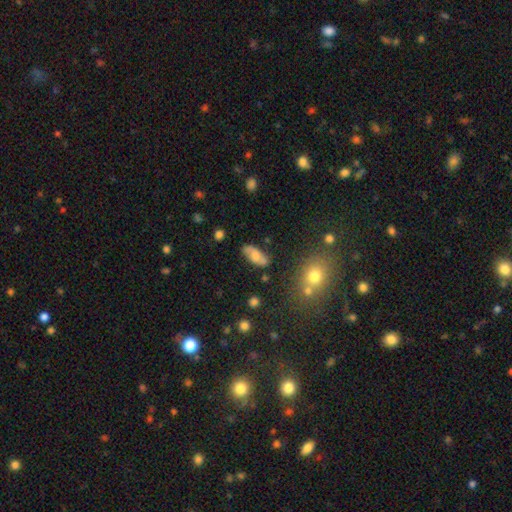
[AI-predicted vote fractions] smooth-or-featured: smooth: 55% | featured or disk: 36% | star or artifact: 9%
  how-rounded: in between: 82% | cigar-shaped: 13% | round: 5%
  merging: none: 72% | minor disturbance: 18% | major disturbance: 6% | merger: 4%